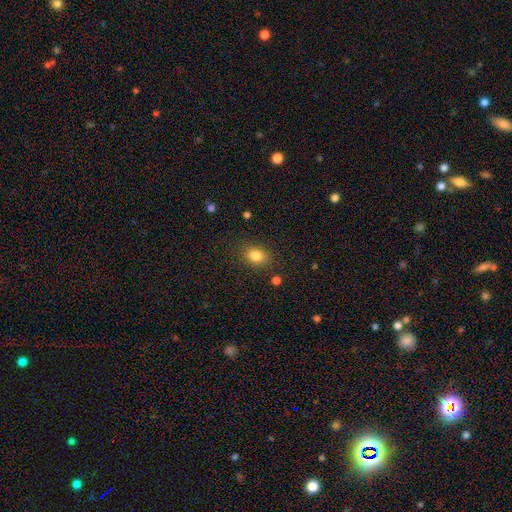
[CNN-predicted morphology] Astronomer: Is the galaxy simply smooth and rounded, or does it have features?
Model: smooth — 83%.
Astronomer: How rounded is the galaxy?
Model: in between — 66%.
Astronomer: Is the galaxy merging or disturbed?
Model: none — 83%.